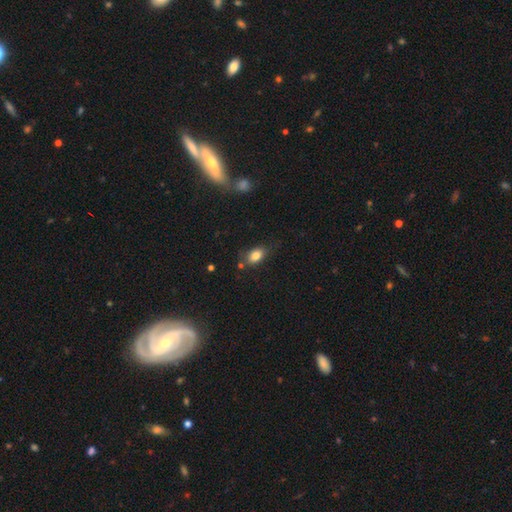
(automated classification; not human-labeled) Q: Smooth or featured?
A: smooth (81%); runner-up: featured or disk (10%)
Q: How rounded?
A: in between (84%); runner-up: round (14%)
Q: Merging?
A: none (70%); runner-up: minor disturbance (19%)